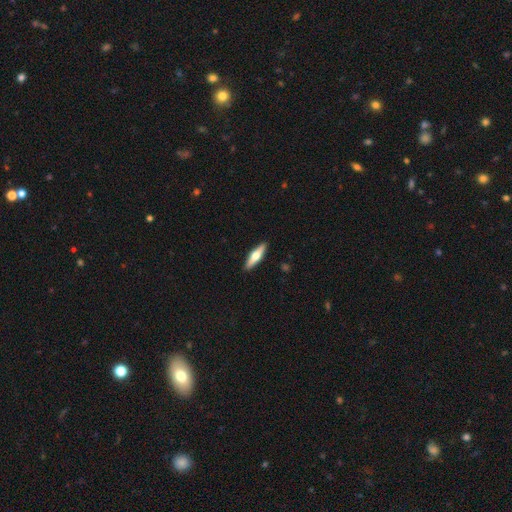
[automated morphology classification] This is possibly a featured or disk galaxy (49%). Merging: clearly none (91%).